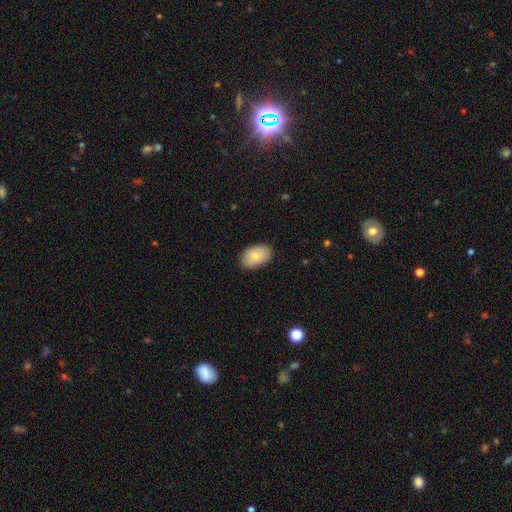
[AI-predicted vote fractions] Q: Smooth or featured?
A: smooth (80%); runner-up: featured or disk (13%)
Q: How rounded?
A: in between (90%); runner-up: round (8%)
Q: Merging?
A: none (83%); runner-up: minor disturbance (14%)